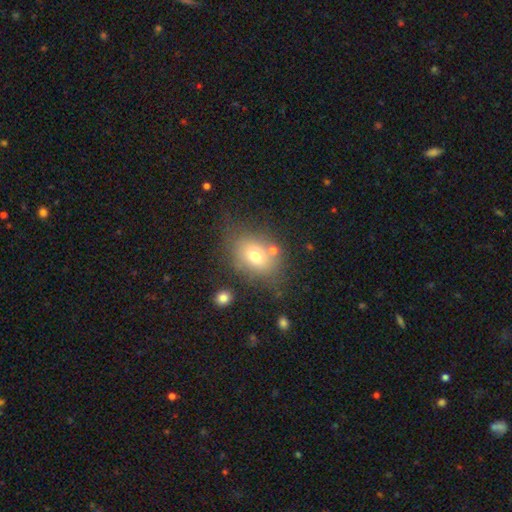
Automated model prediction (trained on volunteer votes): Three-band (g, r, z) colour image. It shows a smooth galaxy with no disk features (69%) that is in between round and cigar-shaped (59%). Merging: none (64%).